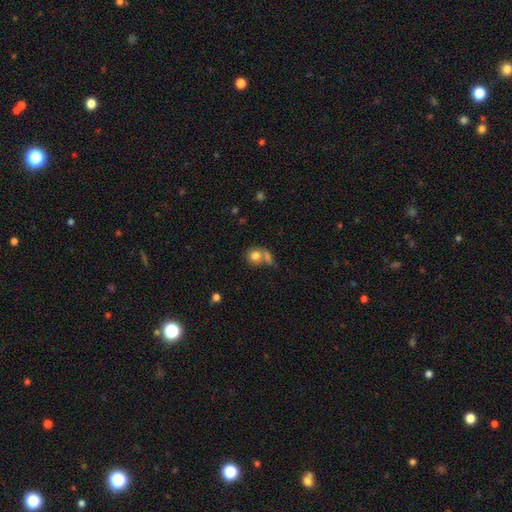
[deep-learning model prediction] The model was most divided on "merging" (2-way tie): none: 41%, merger: 41%, minor disturbance: 11%, major disturbance: 7%. More confident: smooth or featured — smooth (79%); how rounded — round (78%).